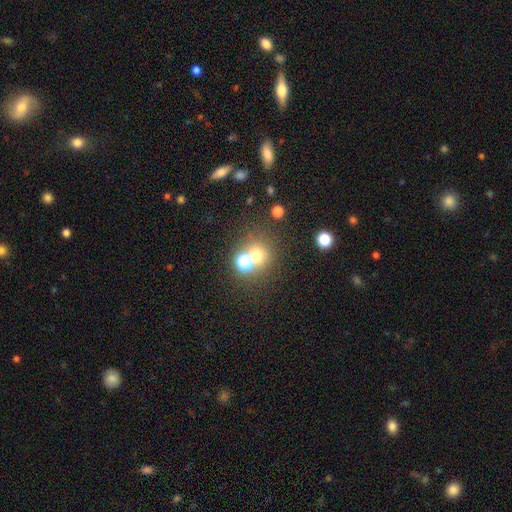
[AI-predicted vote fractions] The model was most divided on "merging": none: 58%, merger: 30%, minor disturbance: 8%, major disturbance: 4%. More confident: how rounded — round (85%); smooth or featured — smooth (63%).